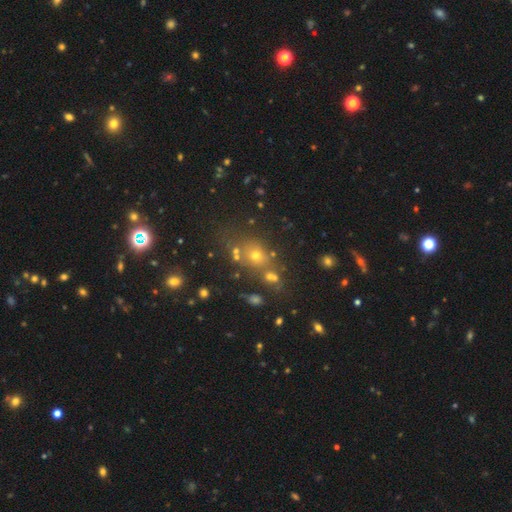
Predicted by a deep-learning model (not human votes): A smooth galaxy with no disk features (54%) that is round (71%).

Vote fractions:
- Smooth or featured? smooth: 54% / star or artifact: 32% / featured or disk: 14%
- How rounded? round: 71% / in between: 27% / cigar-shaped: 2%
- Merging? none: 62% / merger: 20% / minor disturbance: 12% / major disturbance: 6%